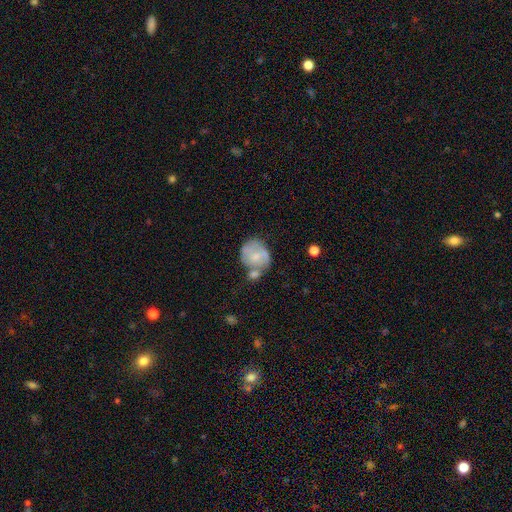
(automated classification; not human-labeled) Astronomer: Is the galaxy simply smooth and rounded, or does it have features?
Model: smooth — 49% (runner-up: featured or disk, 44%).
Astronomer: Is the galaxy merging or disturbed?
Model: none — 36% (runner-up: merger, 31%).